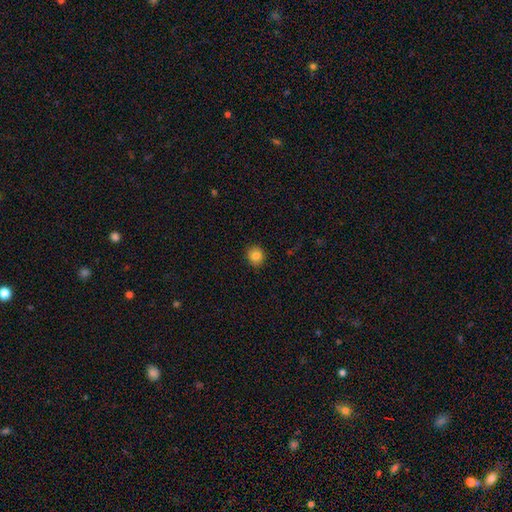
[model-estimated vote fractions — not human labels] Overall: smooth (84%). How rounded: round (84%). Merging: none (88%).